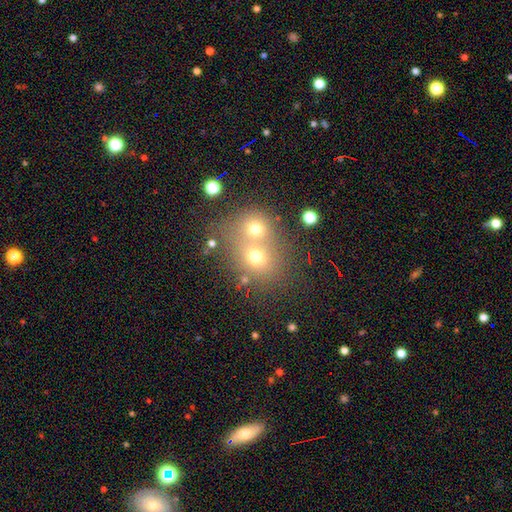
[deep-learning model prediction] Smooth or featured? Predicted: smooth (p=0.66). How rounded? Predicted: round (p=0.71). Merging? Predicted: merger (p=0.56).